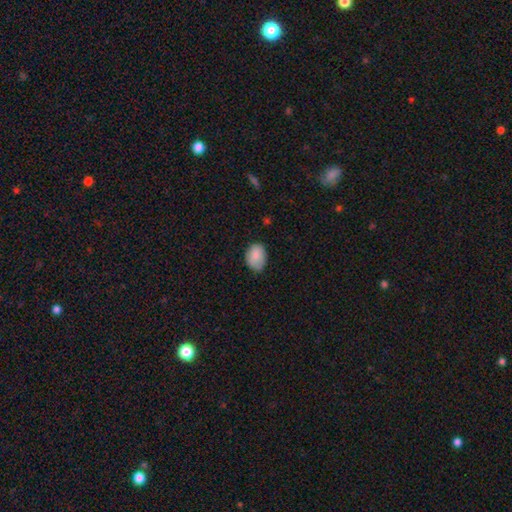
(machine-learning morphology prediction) A smooth galaxy with no disk features (85%) that is in between round and cigar-shaped (80%).

Vote fractions:
- Smooth or featured? smooth: 85% / featured or disk: 8% / star or artifact: 7%
- How rounded? in between: 80% / round: 19% / cigar-shaped: 1%
- Merging? none: 66% / minor disturbance: 29% / major disturbance: 4% / merger: 1%